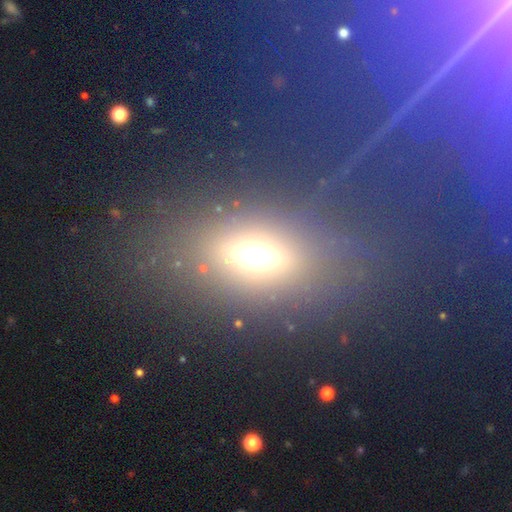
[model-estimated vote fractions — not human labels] Overall: smooth (51%; star or artifact 29%). How rounded: in between (75%). Merging: none (79%).